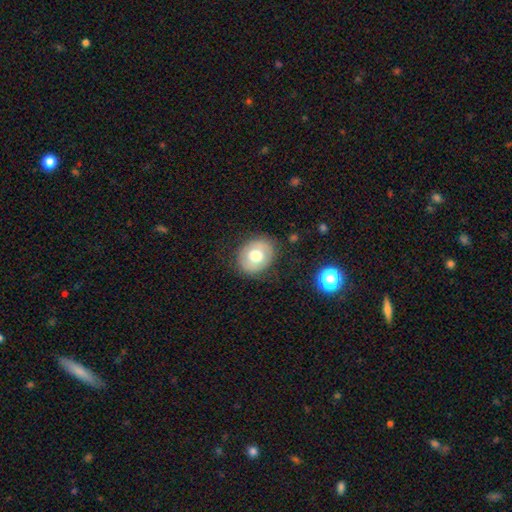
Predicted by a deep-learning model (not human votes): This is likely a smooth galaxy (62%). How rounded: possibly round (56%). Merging: clearly none (81%).